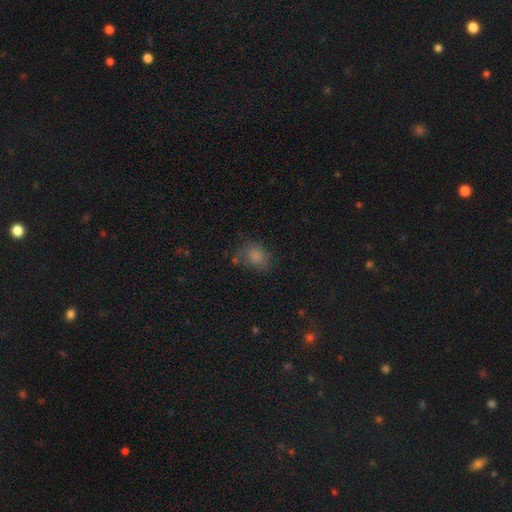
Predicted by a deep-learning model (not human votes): smooth 79%, star or artifact 11%, featured or disk 10%. Down the decision tree: how rounded — in between (53%); merging — none (58%).